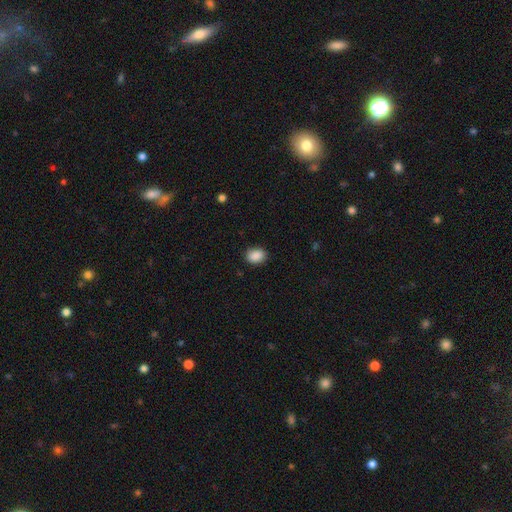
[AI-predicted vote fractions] The model was most divided on "how rounded": in between: 68%, round: 31%, cigar-shaped: 1%. More confident: smooth or featured — smooth (89%); merging — none (87%).